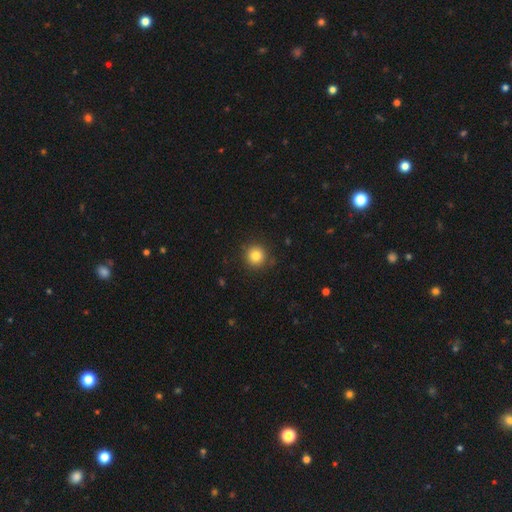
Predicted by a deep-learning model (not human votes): Smooth or featured?
  - smooth: 82% *
  - star or artifact: 11%
  - featured or disk: 7%
How rounded?
  - round: 94% *
  - in between: 5%
  - cigar-shaped: 1%
Merging?
  - none: 88% *
  - minor disturbance: 8%
  - major disturbance: 3%
  - merger: 1%